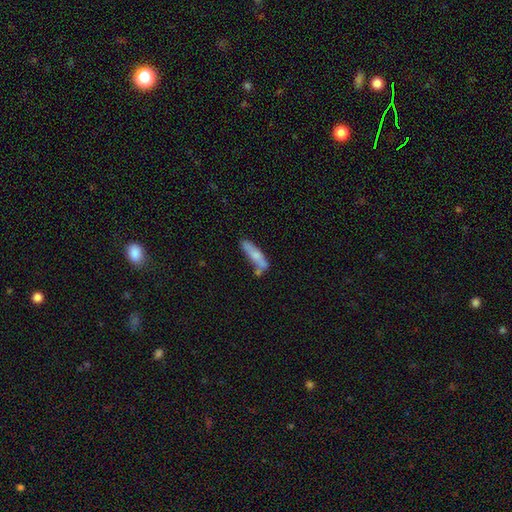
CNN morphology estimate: This is likely a smooth galaxy (64%). How rounded: likely cigar-shaped (76%). Merging: possibly none (50%).